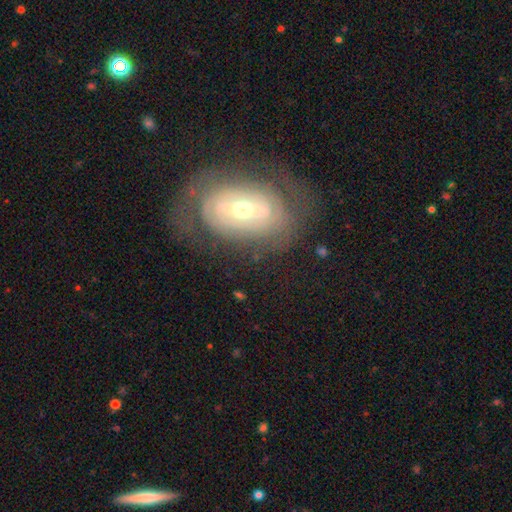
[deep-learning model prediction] Smooth or featured?
  - featured or disk: 73% *
  - smooth: 20%
  - star or artifact: 8%
Edge-on disk?
  - no: 93% *
  - yes: 7%
Bar?
  - no: 38% *
  - weak: 36%
  - strong: 26%
Spiral arms?
  - yes: 64% *
  - no: 36%
Bulge size?
  - moderate: 53% *
  - small: 41%
  - large: 4%
  - dominant: 1%
  - none: 1%
Merging?
  - none: 68% *
  - minor disturbance: 17%
  - major disturbance: 13%
  - merger: 2%